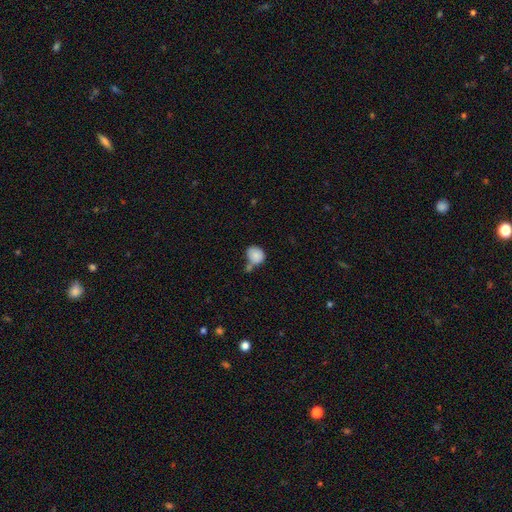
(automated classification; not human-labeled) Smooth or featured?
  - smooth: 85% *
  - star or artifact: 8%
  - featured or disk: 7%
How rounded?
  - round: 62% *
  - in between: 37%
  - cigar-shaped: 1%
Merging?
  - none: 46% *
  - merger: 29%
  - minor disturbance: 18%
  - major disturbance: 6%